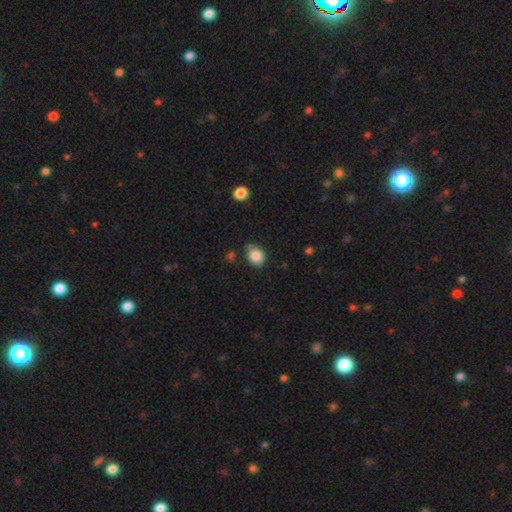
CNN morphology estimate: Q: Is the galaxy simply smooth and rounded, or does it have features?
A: smooth — 85%.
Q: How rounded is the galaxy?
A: round — 51%.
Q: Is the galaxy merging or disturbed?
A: none — 70%.